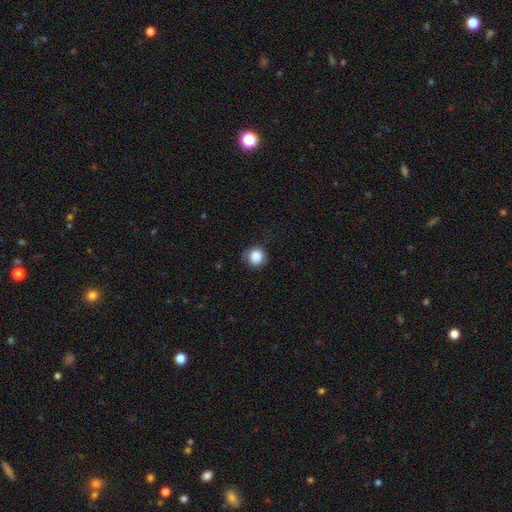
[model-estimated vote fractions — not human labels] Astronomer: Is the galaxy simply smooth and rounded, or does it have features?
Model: smooth — 84%.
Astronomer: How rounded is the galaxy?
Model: round — 88%.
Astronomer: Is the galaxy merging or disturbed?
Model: none — 70%.